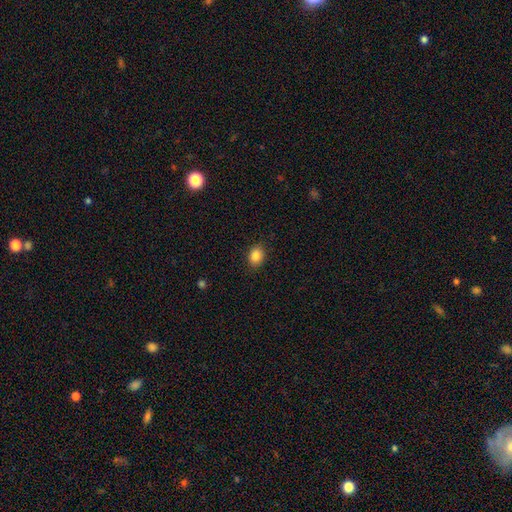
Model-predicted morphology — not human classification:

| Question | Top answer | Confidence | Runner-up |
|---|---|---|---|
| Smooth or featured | smooth | 86% | star or artifact (10%) |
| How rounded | in between | 59% | round (40%) |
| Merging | none | 89% | minor disturbance (8%) |